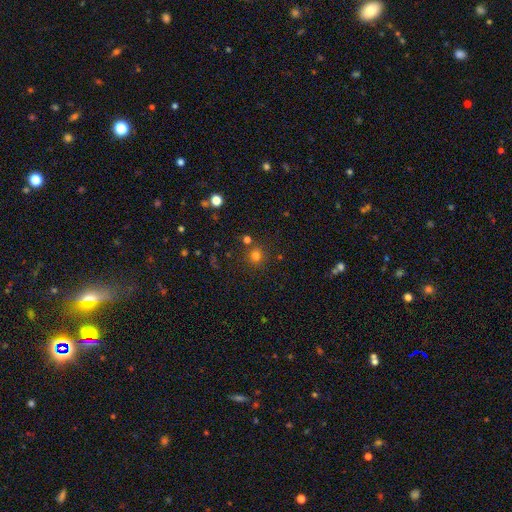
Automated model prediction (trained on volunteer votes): Smooth or featured?
  - smooth: 73% *
  - star or artifact: 20%
  - featured or disk: 7%
How rounded?
  - round: 86% *
  - in between: 13%
  - cigar-shaped: 1%
Merging?
  - none: 77% *
  - minor disturbance: 10%
  - merger: 9%
  - major disturbance: 4%